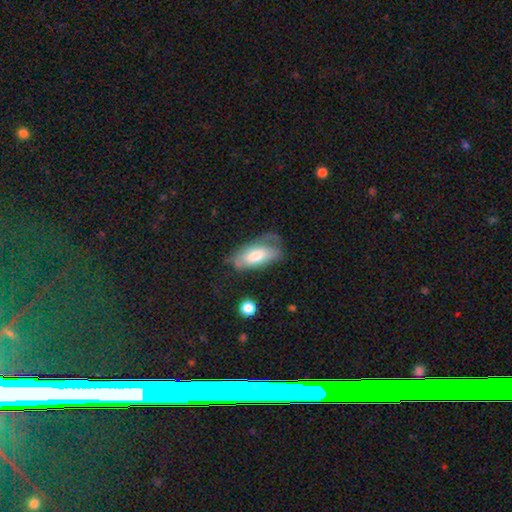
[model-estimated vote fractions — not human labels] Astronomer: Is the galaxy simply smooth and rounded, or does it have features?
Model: smooth — 64%.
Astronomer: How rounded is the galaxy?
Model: in between — 87%.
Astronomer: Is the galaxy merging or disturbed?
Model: none — 42% (runner-up: minor disturbance, 33%).